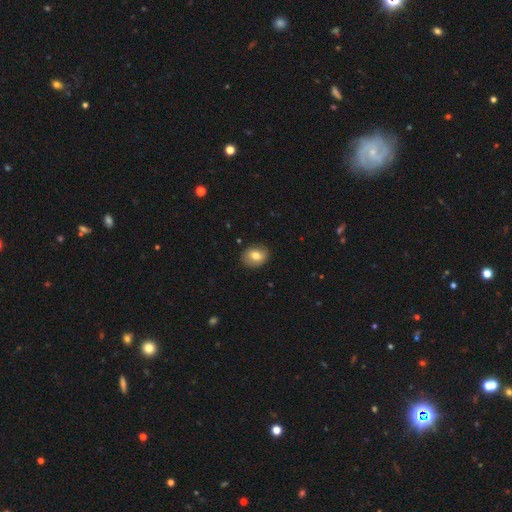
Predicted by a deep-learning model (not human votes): smooth_or_featured: smooth (p=0.77) [alt: featured or disk p=0.15]
how_rounded: in between (p=0.50) [alt: round p=0.49]
merging: none (p=0.86) [alt: minor disturbance p=0.11]